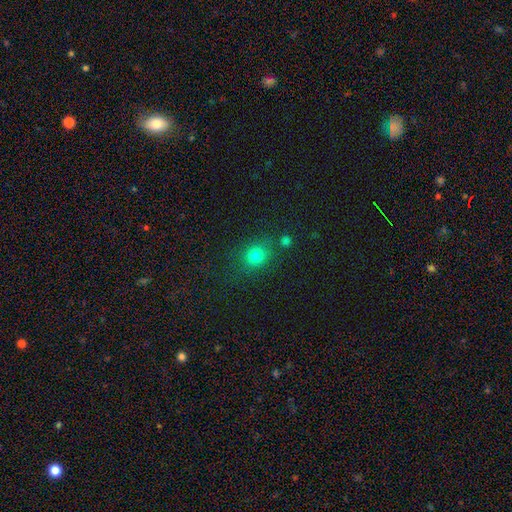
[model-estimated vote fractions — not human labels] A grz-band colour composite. It shows a smooth galaxy with no disk features (80%) that is round (73%). Merging: none (71%).